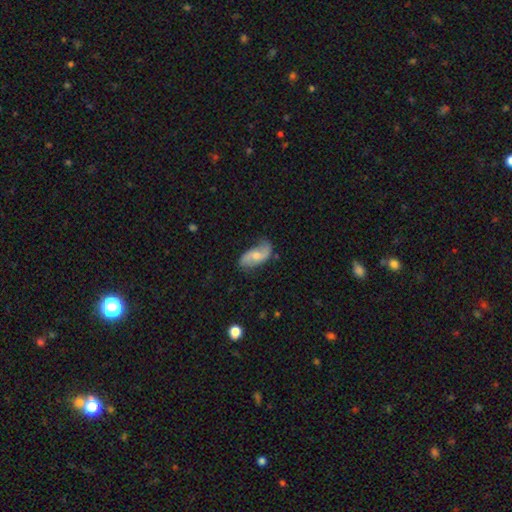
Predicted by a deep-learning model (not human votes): The model was most divided on "bulge size": moderate: 56%, small: 36%, large: 4%, none: 3%, dominant: 1%. More confident: edge-on disk — no (94%); spiral arms — yes (87%); merging — none (65%); smooth or featured — featured or disk (58%); bar — no (58%).